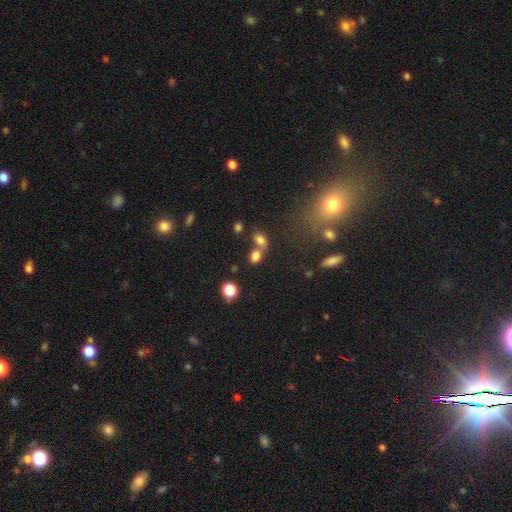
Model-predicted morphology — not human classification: Smooth or featured? smooth (78%)
How rounded? in between (67%)
Merging? merger (53%)